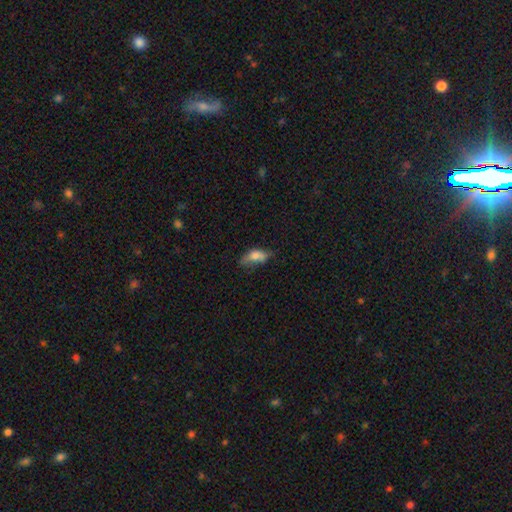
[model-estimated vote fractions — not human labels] This is likely a smooth galaxy (71%). How rounded: clearly in between (84%). Merging: marginally none (39%).